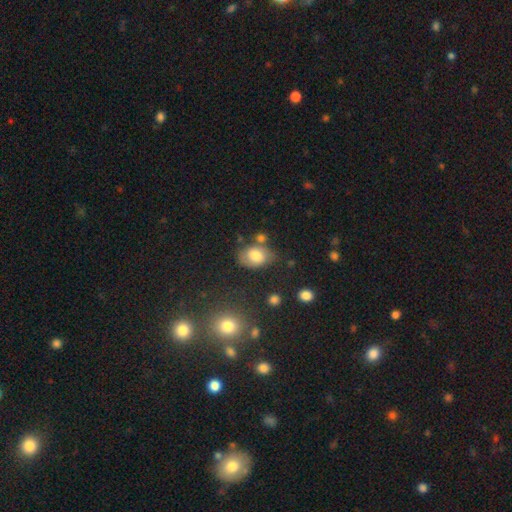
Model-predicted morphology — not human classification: The model was most divided on "merging": none: 58%, minor disturbance: 24%, merger: 10%, major disturbance: 8%. More confident: how rounded — in between (76%); smooth or featured — smooth (66%).